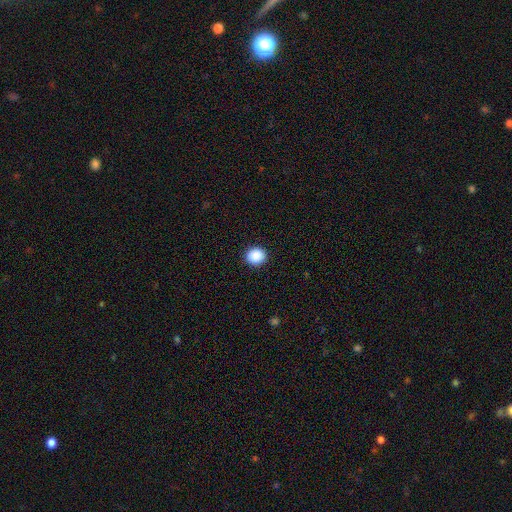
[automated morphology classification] smooth-or-featured: smooth: 89% | star or artifact: 8% | featured or disk: 2%
  how-rounded: round: 85% | in between: 14% | cigar-shaped: 1%
  merging: none: 92% | minor disturbance: 6% | major disturbance: 2% | merger: 1%